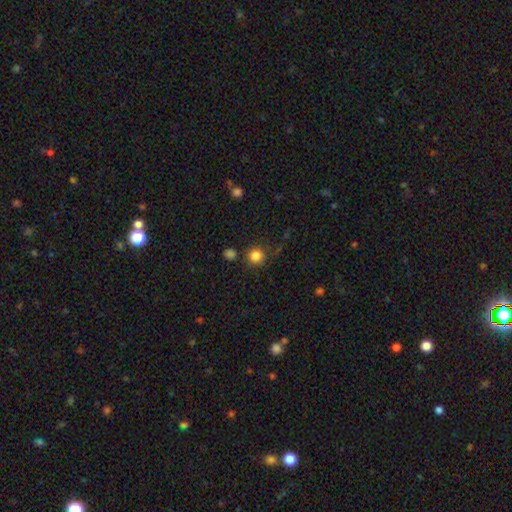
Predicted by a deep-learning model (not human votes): The model was most divided on "merging": none: 80%, minor disturbance: 10%, merger: 5%, major disturbance: 4%. More confident: how rounded — round (93%); smooth or featured — smooth (83%).